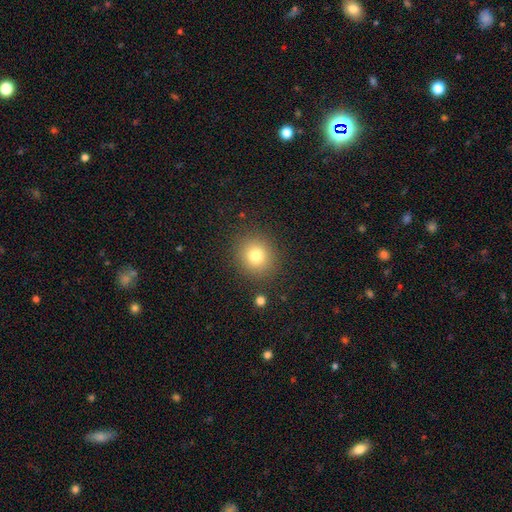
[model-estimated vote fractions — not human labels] smooth-or-featured: smooth: 78% | star or artifact: 13% | featured or disk: 9%
  how-rounded: round: 88% | in between: 11% | cigar-shaped: 1%
  merging: none: 87% | minor disturbance: 8% | major disturbance: 3% | merger: 2%